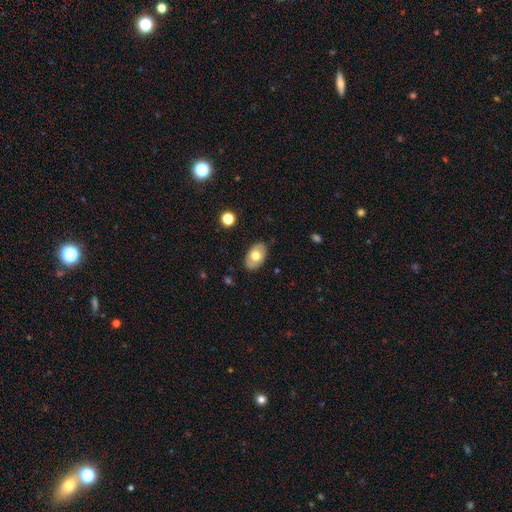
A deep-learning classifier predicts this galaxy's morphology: Smooth or featured: smooth — 66% (featured or disk — 28%)
How rounded: in between — 89% (round — 10%)
Merging: none — 85% (minor disturbance — 12%)